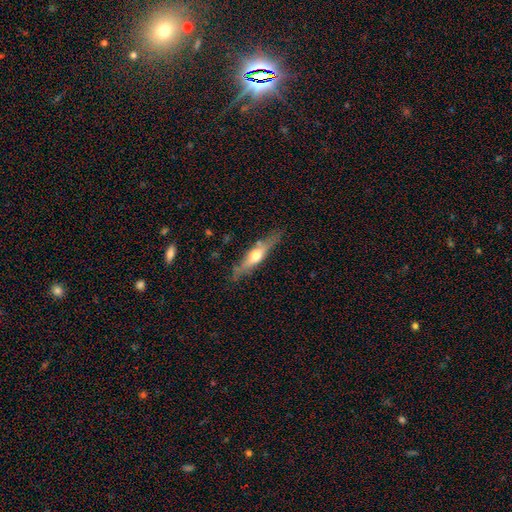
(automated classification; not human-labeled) smooth_or_featured: featured or disk (p=0.58) [alt: smooth p=0.37]
disk_edge_on: yes (p=0.91) [alt: no p=0.09]
edge_on_bulge: rounded (p=0.91) [alt: boxy p=0.05]
merging: none (p=0.78) [alt: minor disturbance p=0.16]